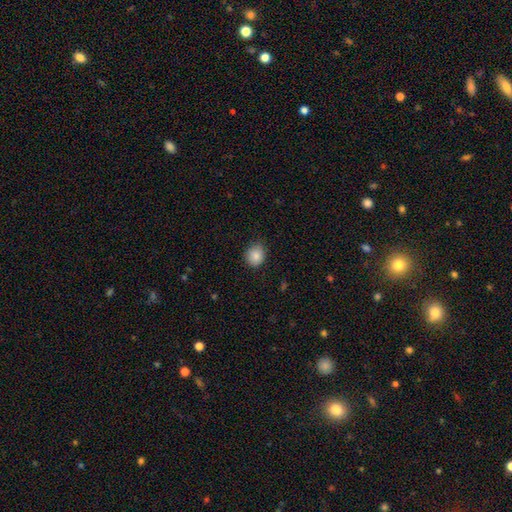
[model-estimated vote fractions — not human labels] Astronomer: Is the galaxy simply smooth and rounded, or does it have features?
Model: smooth — 86%.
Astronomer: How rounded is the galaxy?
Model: round — 69%.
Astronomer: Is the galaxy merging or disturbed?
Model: none — 78%.